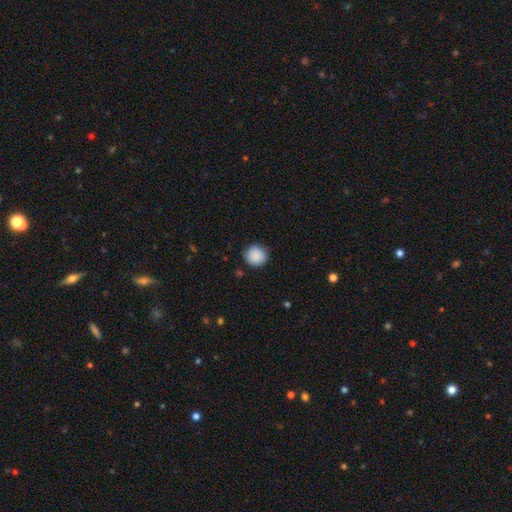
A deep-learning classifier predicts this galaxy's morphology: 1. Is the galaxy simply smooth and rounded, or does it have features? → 89% smooth, 8% star or artifact, 3% featured or disk.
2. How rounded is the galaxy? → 93% round, 7% in between, 1% cigar-shaped.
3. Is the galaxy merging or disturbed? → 90% none, 7% minor disturbance, 2% major disturbance, 1% merger.